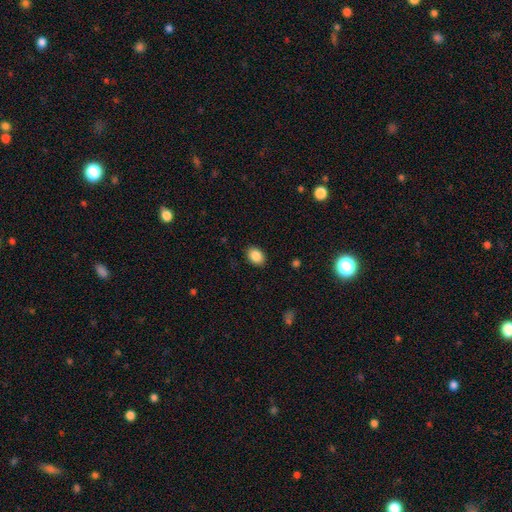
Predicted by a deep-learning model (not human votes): smooth-or-featured: smooth: 87% | star or artifact: 8% | featured or disk: 5%
  how-rounded: in between: 74% | round: 25% | cigar-shaped: 1%
  merging: none: 89% | minor disturbance: 8% | major disturbance: 2% | merger: 1%